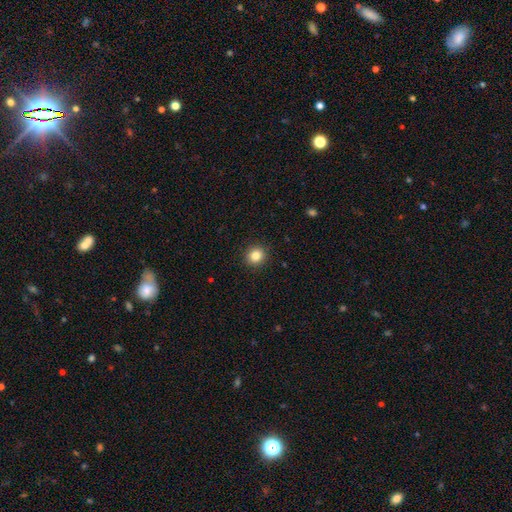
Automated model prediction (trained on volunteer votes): Q: Smooth or featured?
A: smooth (84%); runner-up: star or artifact (11%)
Q: How rounded?
A: round (88%); runner-up: in between (11%)
Q: Merging?
A: none (92%); runner-up: minor disturbance (6%)